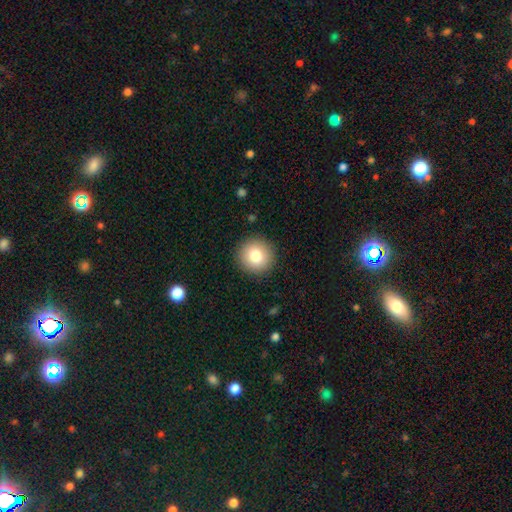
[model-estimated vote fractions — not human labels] Morphology: type=smooth (80%); roundness=round (94%); merging=none (91%).